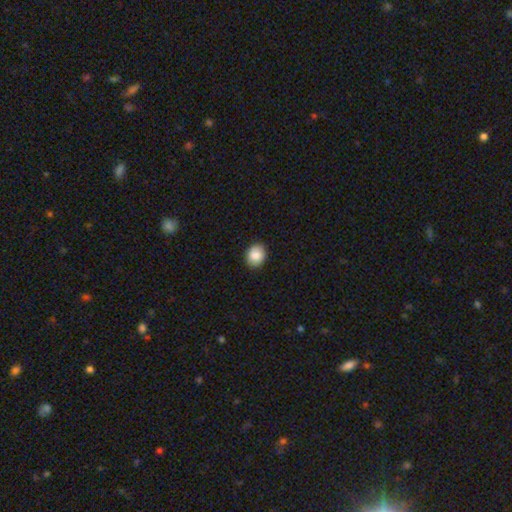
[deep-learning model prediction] smooth 87%, star or artifact 8%, featured or disk 5%. Down the decision tree: how rounded — round (55%); merging — none (90%).